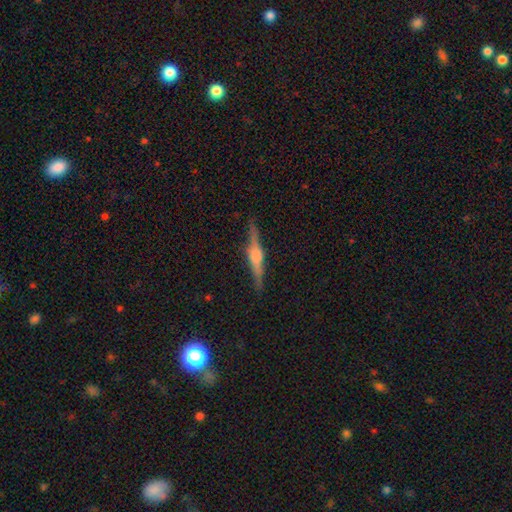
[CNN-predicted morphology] This appears to be a featured or disk galaxy (79%) viewed edge-on (98%) with a rounded central bulge (85%). Merging: none (89%).